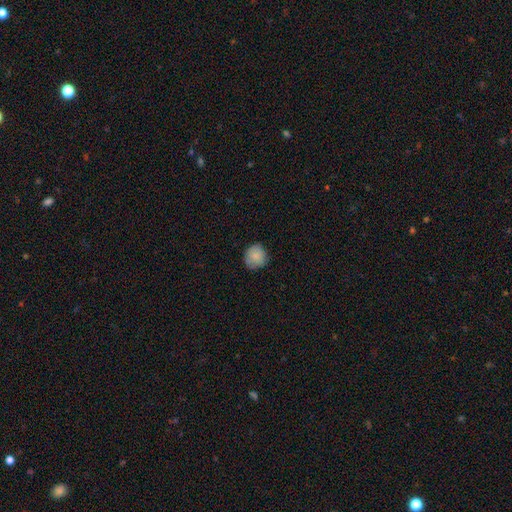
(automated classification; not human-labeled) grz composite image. It shows a smooth galaxy with no disk features (85%) that is round (90%). Merging: none (82%).